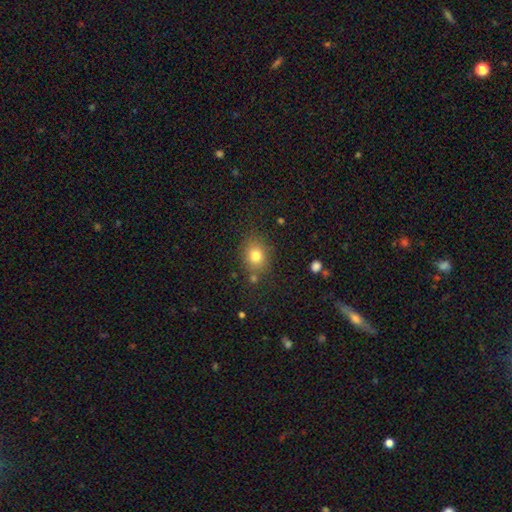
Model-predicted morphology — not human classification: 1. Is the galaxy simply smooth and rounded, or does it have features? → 78% smooth, 13% star or artifact, 9% featured or disk.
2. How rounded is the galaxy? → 63% round, 36% in between, 1% cigar-shaped.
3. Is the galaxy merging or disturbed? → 80% none, 12% minor disturbance, 4% merger, 4% major disturbance.